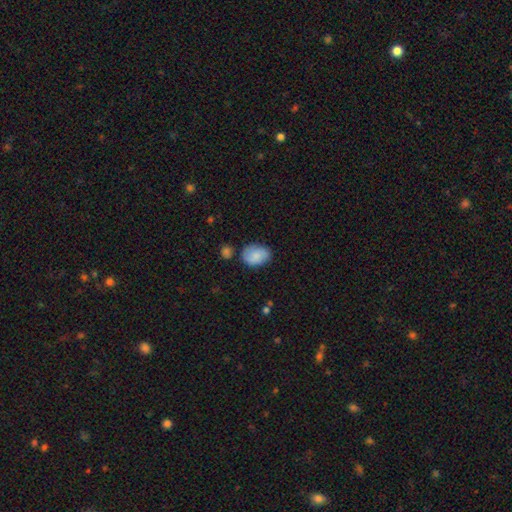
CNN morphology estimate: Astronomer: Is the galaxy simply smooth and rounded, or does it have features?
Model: smooth — 82%.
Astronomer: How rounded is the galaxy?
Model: in between — 77%.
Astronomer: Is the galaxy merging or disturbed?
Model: none — 68%.